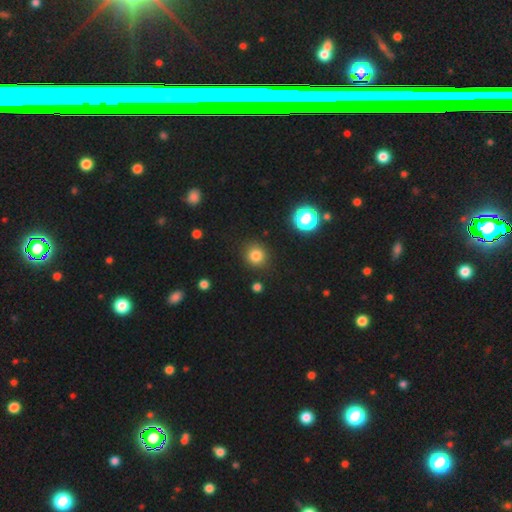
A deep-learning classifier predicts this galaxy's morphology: smooth-or-featured: smooth: 81% | star or artifact: 14% | featured or disk: 5%
  how-rounded: round: 89% | in between: 10% | cigar-shaped: 1%
  merging: none: 88% | minor disturbance: 7% | major disturbance: 3% | merger: 2%